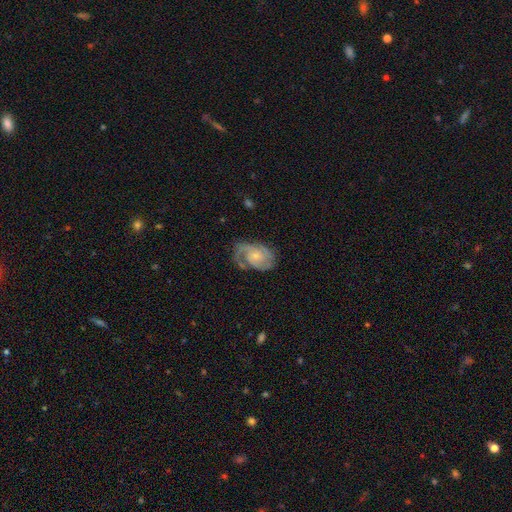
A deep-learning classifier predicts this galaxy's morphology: Smooth or featured? featured or disk (84%)
Edge-on disk? no (98%)
Bar? no (65%)
Spiral arms? yes (96%)
Spiral winding? medium (43%, tied with tight)
Spiral arm count? 2 (63%)
Bulge size? small (63%)
Merging? none (58%)